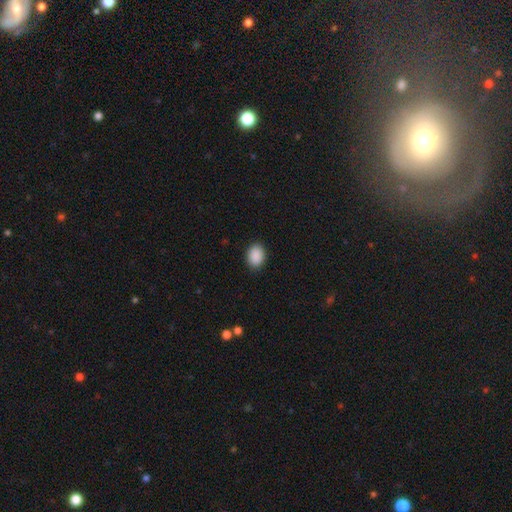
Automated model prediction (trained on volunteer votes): A smooth galaxy with no disk features (90%) that is in between round and cigar-shaped (71%).

Vote fractions:
- Smooth or featured? smooth: 90% / star or artifact: 7% / featured or disk: 2%
- How rounded? in between: 71% / round: 28% / cigar-shaped: 1%
- Merging? none: 89% / minor disturbance: 8% / major disturbance: 2% / merger: 1%